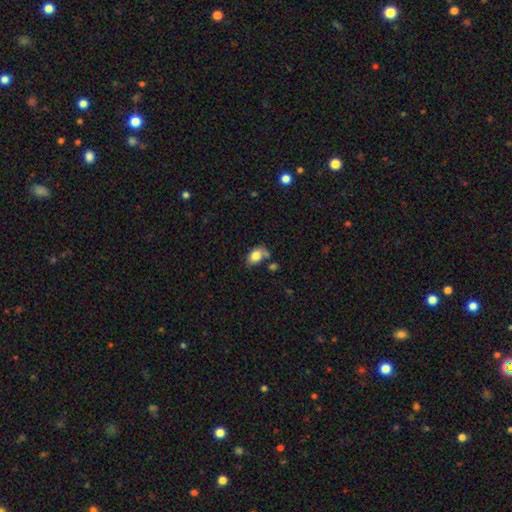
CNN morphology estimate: A smooth galaxy with no disk features (81%) that is in between round and cigar-shaped (85%). Merging: none (53%).